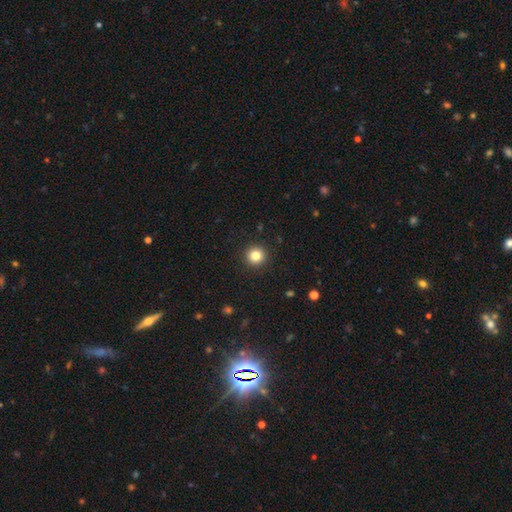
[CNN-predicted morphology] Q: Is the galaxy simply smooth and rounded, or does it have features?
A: smooth — 83%.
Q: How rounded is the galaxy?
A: round — 95%.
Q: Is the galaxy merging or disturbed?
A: none — 93%.